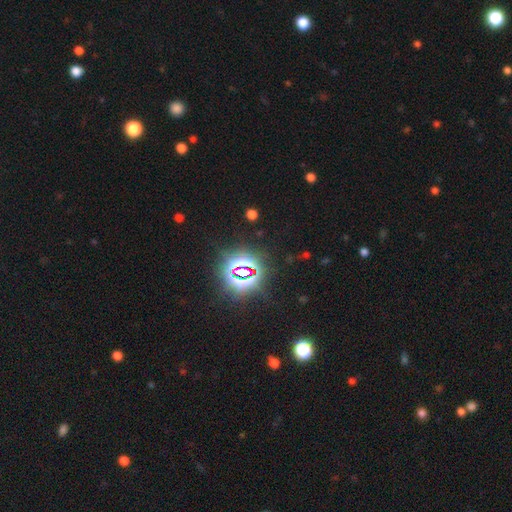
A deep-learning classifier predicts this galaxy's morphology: star or artifact 82%, smooth 11%, featured or disk 7%.